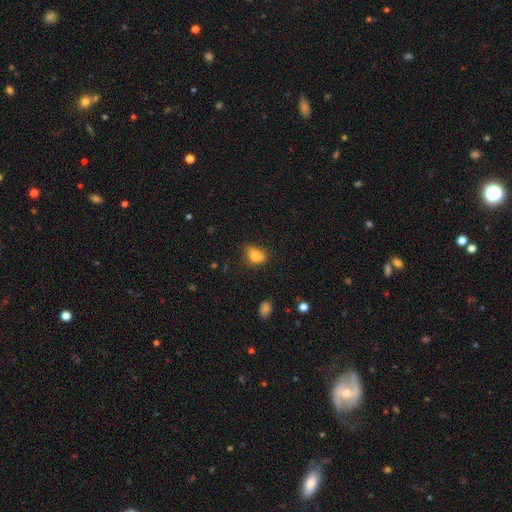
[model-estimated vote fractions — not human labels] Smooth or featured? smooth (84%)
How rounded? in between (77%)
Merging? none (62%)